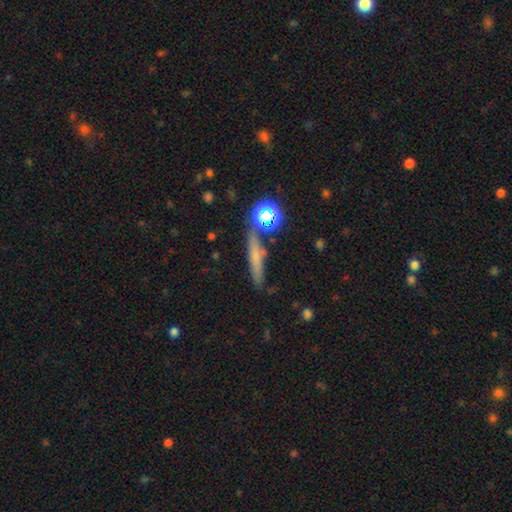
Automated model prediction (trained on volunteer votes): smooth 51%, featured or disk 33%, star or artifact 16%. Down the decision tree: how rounded — cigar-shaped (80%); merging — none (78%).